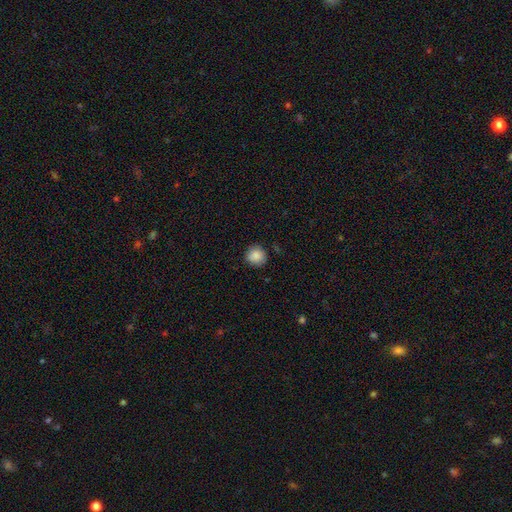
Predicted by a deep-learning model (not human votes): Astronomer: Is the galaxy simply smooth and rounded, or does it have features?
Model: smooth — 87%.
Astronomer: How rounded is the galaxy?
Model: round — 92%.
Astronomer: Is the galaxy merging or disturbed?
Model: none — 87%.